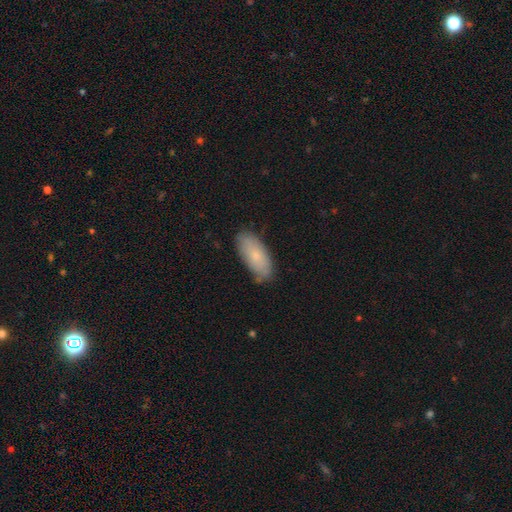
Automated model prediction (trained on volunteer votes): Overall: smooth (74%). How rounded: in between (86%). Merging: none (78%).